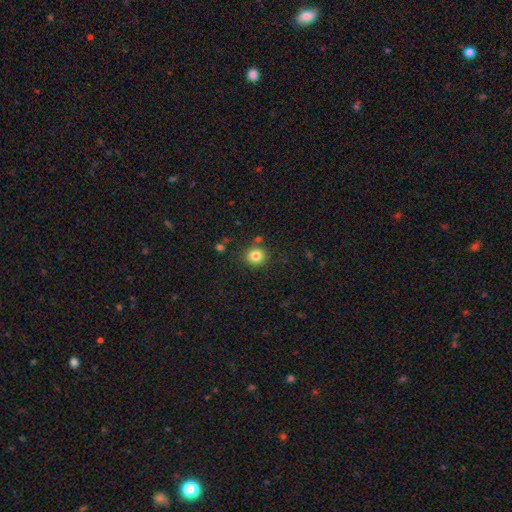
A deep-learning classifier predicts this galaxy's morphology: smooth_or_featured: smooth (p=0.83) [alt: star or artifact p=0.11]
how_rounded: round (p=0.87) [alt: in between p=0.12]
merging: none (p=0.83) [alt: minor disturbance p=0.09]